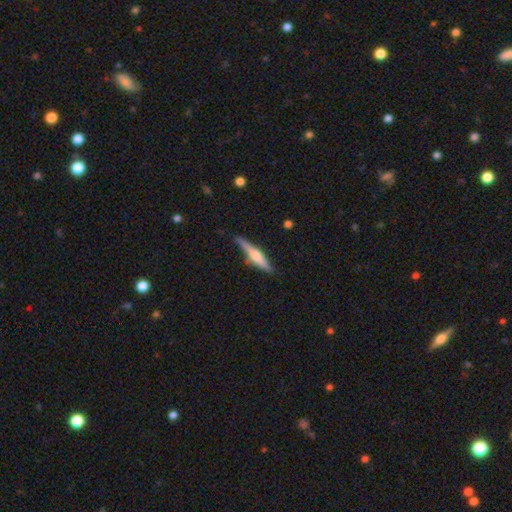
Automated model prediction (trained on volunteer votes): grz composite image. It shows a featured or disk galaxy (60%) viewed edge-on (97%) with a rounded central bulge (84%). Merging: none (80%).